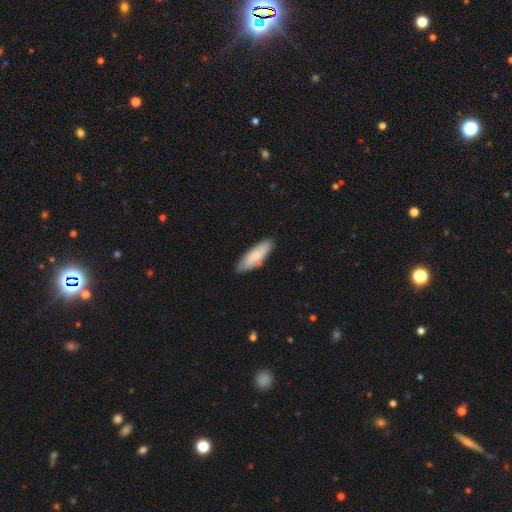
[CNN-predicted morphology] This is likely a smooth galaxy (77%). How rounded: possibly in between (55%). Merging: clearly none (83%).